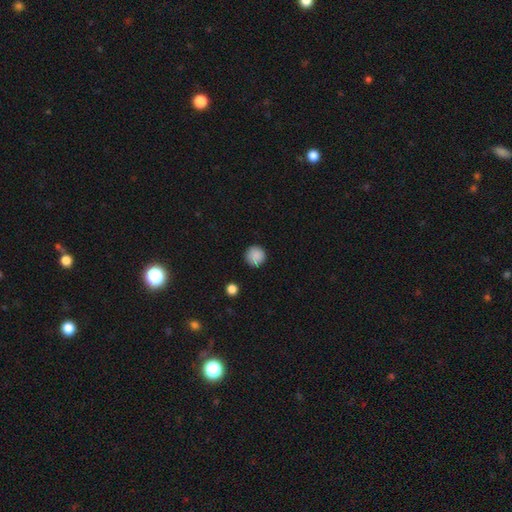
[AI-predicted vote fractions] This is clearly a smooth galaxy (88%). How rounded: clearly round (95%). Merging: clearly none (88%).